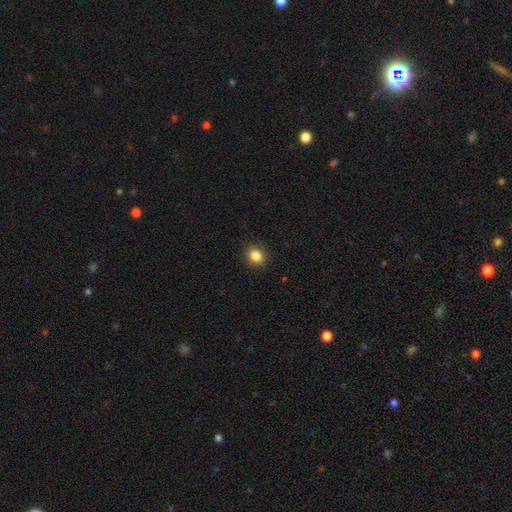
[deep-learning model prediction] The model was most divided on "how rounded": round: 63%, in between: 36%, cigar-shaped: 1%. More confident: merging — none (89%); smooth or featured — smooth (85%).